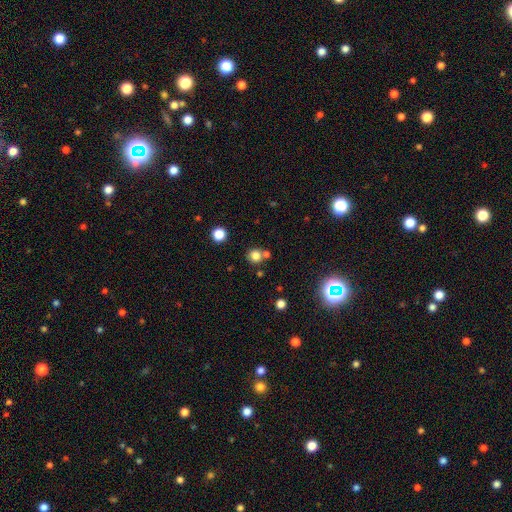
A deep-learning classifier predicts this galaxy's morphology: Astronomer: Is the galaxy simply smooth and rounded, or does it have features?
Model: smooth — 79%.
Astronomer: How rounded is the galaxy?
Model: round — 88%.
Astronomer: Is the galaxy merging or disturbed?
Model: none — 65%.